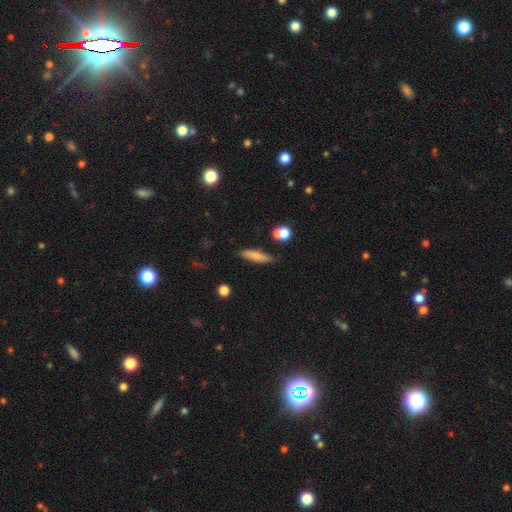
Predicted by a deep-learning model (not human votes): Smooth or featured?
  - smooth: 74% *
  - featured or disk: 18%
  - star or artifact: 8%
How rounded?
  - cigar-shaped: 73% *
  - in between: 24%
  - round: 3%
Merging?
  - none: 78% *
  - minor disturbance: 14%
  - merger: 4%
  - major disturbance: 3%